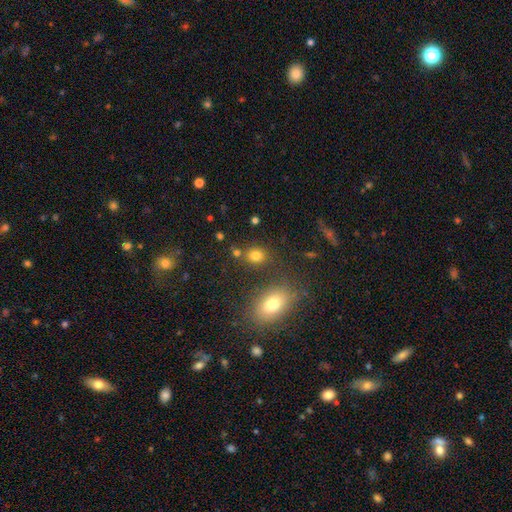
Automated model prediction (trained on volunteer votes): Smooth or featured?
  - smooth: 79% *
  - star or artifact: 14%
  - featured or disk: 7%
How rounded?
  - round: 57% *
  - in between: 42%
  - cigar-shaped: 1%
Merging?
  - none: 76% *
  - minor disturbance: 10%
  - merger: 10%
  - major disturbance: 4%